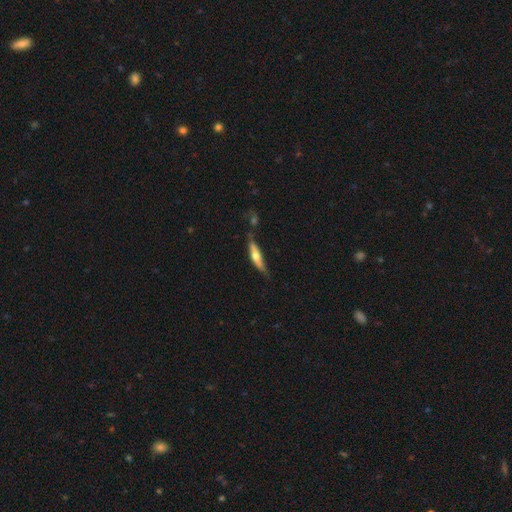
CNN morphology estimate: smooth_or_featured: featured or disk (p=0.47) [tied with: smooth p=0.47]
merging: none (p=0.57) [alt: minor disturbance p=0.27]